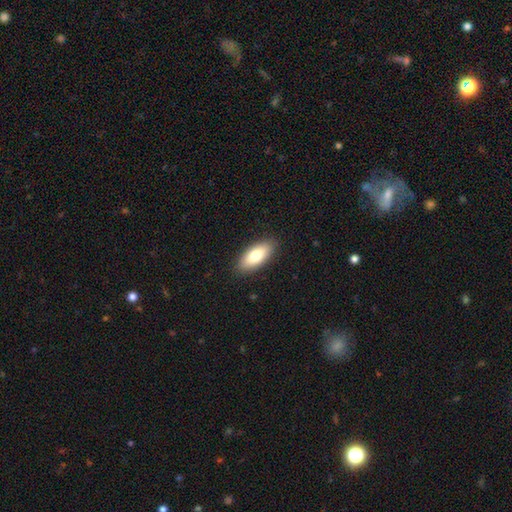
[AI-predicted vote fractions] This is likely a smooth galaxy (77%). How rounded: clearly in between (84%). Merging: clearly none (88%).